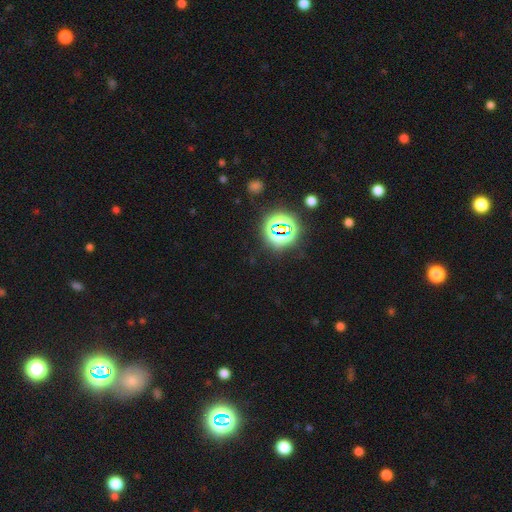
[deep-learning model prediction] Smooth or featured?
  - star or artifact: 78% *
  - smooth: 14%
  - featured or disk: 7%